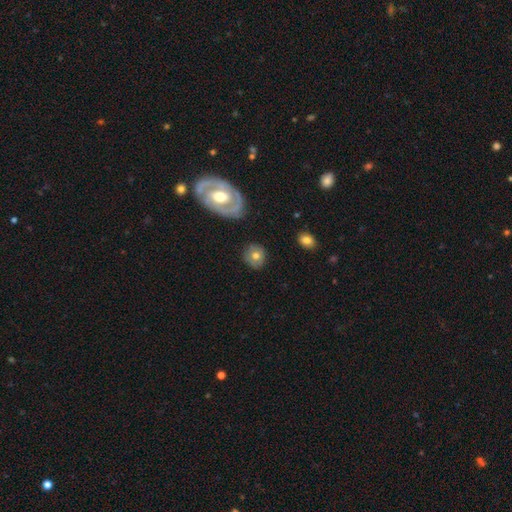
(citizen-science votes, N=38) Smooth or featured: smooth — 61% (featured or disk — 32%)
How rounded: round — 83% (in between — 17%)
Merging: none — 80% (minor disturbance — 11%)